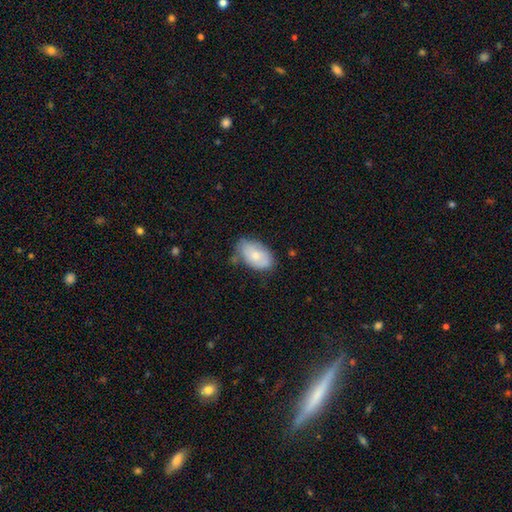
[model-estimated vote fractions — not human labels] smooth 70%, featured or disk 24%, star or artifact 6%. Down the decision tree: how rounded — in between (91%); merging — none (61%).